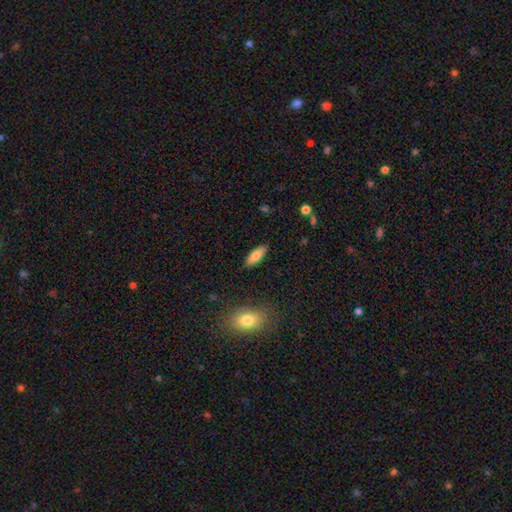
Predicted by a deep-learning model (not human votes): Smooth or featured? Predicted: smooth (p=0.78). How rounded? Predicted: in between (p=0.64). Merging? Predicted: none (p=0.88).